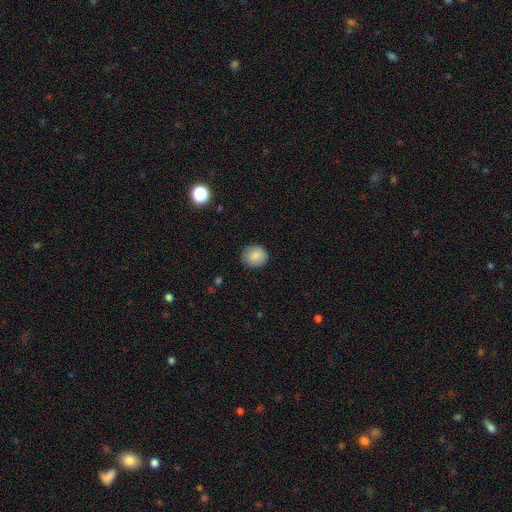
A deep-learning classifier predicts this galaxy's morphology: smooth-or-featured: smooth: 86% | star or artifact: 8% | featured or disk: 7%
  how-rounded: round: 84% | in between: 15% | cigar-shaped: 1%
  merging: none: 85% | minor disturbance: 11% | major disturbance: 2% | merger: 1%